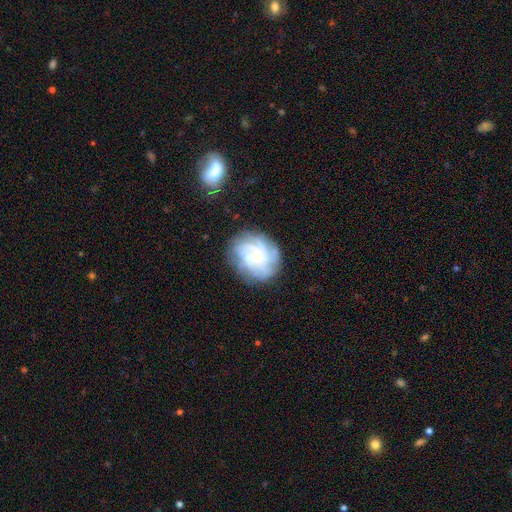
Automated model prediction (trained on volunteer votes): A featured or disk galaxy (71%) with no bar (72%), tight (65%) spiral arms (93%) and a small central bulge (69%). Merging: none (77%).